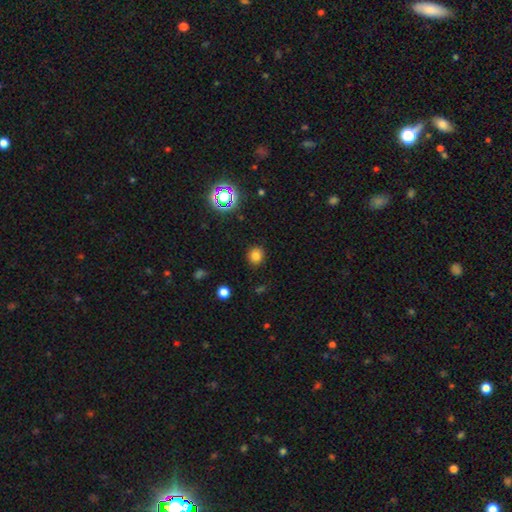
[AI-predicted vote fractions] smooth-or-featured: smooth: 79% | star or artifact: 15% | featured or disk: 6%
  how-rounded: round: 83% | in between: 16% | cigar-shaped: 1%
  merging: none: 89% | minor disturbance: 8% | major disturbance: 2% | merger: 1%